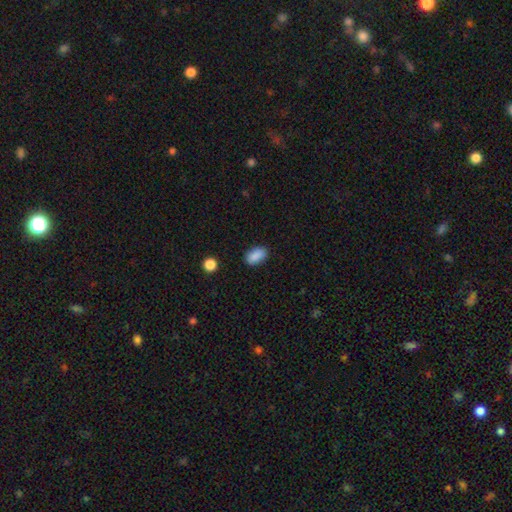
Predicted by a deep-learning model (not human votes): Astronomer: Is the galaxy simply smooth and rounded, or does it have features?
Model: smooth — 88%.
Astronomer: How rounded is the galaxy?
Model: in between — 91%.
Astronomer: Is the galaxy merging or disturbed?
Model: none — 86%.